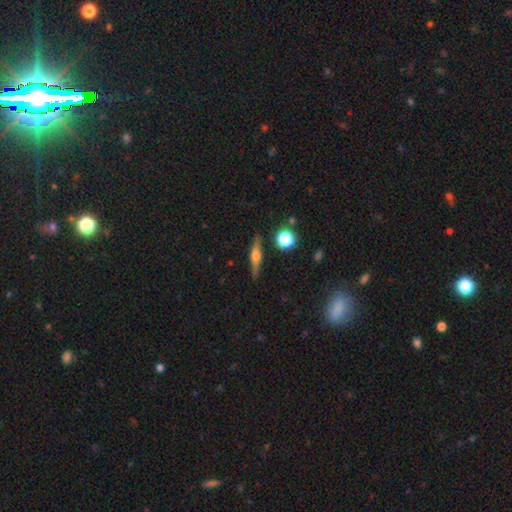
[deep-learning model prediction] The model was most divided on "smooth or featured": featured or disk: 68%, smooth: 24%, star or artifact: 8%. More confident: edge-on disk — yes (97%); merging — none (88%); edge-on bulge — rounded (87%).